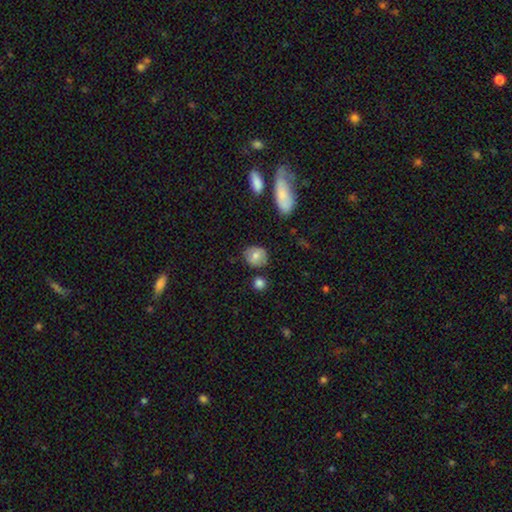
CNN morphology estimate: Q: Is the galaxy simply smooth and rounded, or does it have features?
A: smooth — 73%.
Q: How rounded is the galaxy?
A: round — 70%.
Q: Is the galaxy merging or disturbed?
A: none — 76%.